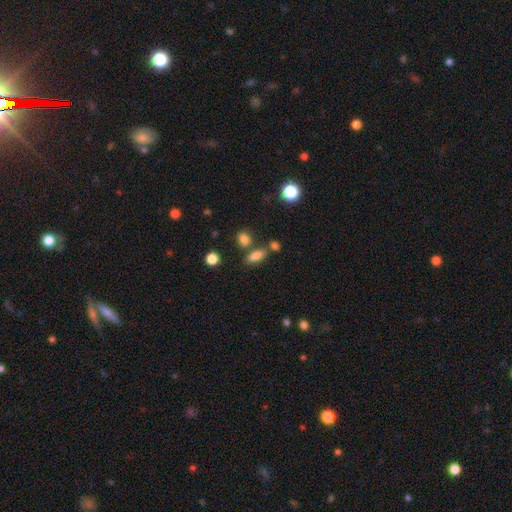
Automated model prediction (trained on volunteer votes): smooth 82%, star or artifact 11%, featured or disk 7%. Down the decision tree: how rounded — in between (75%); merging — none (66%).